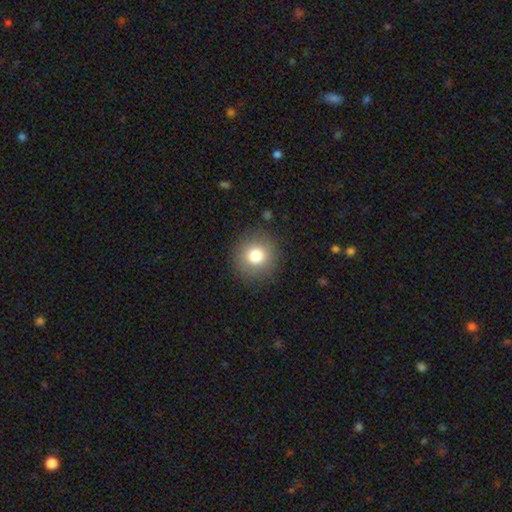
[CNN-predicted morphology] The model was most divided on "smooth or featured": smooth: 78%, star or artifact: 11%, featured or disk: 11%. More confident: how rounded — round (93%); merging — none (88%).